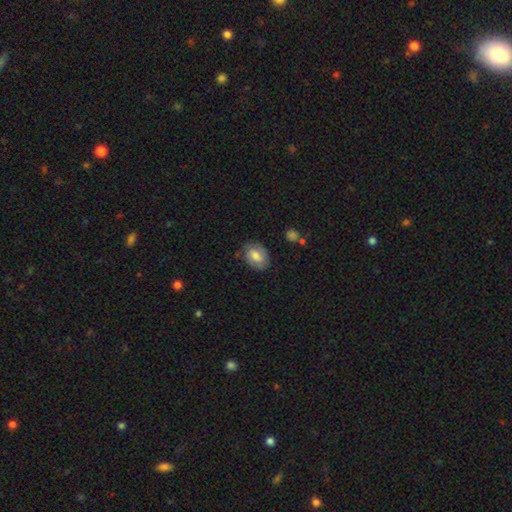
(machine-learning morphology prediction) A smooth galaxy with no disk features (72%) that is in between round and cigar-shaped (79%).

Vote fractions:
- Smooth or featured? smooth: 72% / featured or disk: 21% / star or artifact: 7%
- How rounded? in between: 79% / round: 20% / cigar-shaped: 1%
- Merging? none: 72% / minor disturbance: 21% / major disturbance: 5% / merger: 2%